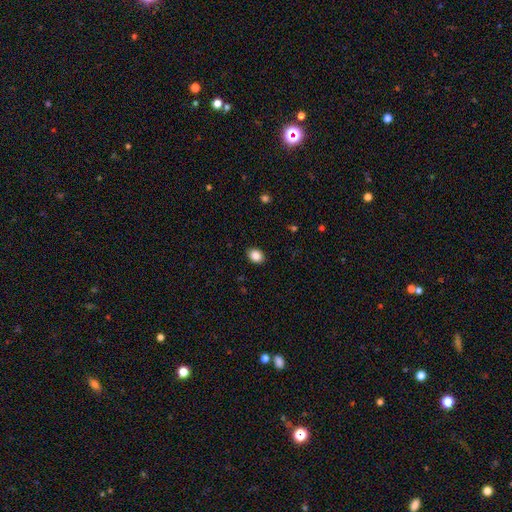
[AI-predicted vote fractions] Overall: smooth (86%). How rounded: in between (56%; round 43%). Merging: none (90%).